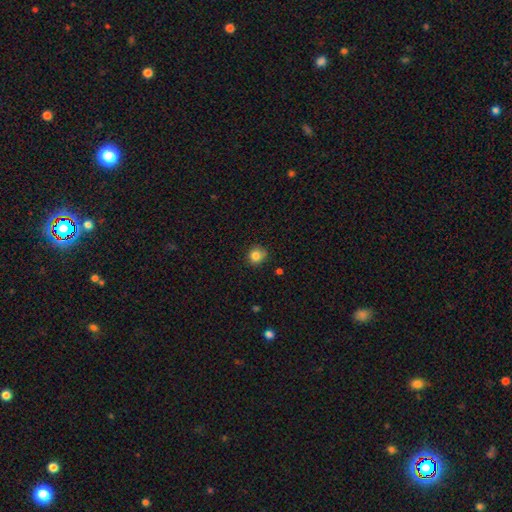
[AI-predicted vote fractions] smooth 84%, star or artifact 11%, featured or disk 5%. Down the decision tree: how rounded — round (88%); merging — none (79%).